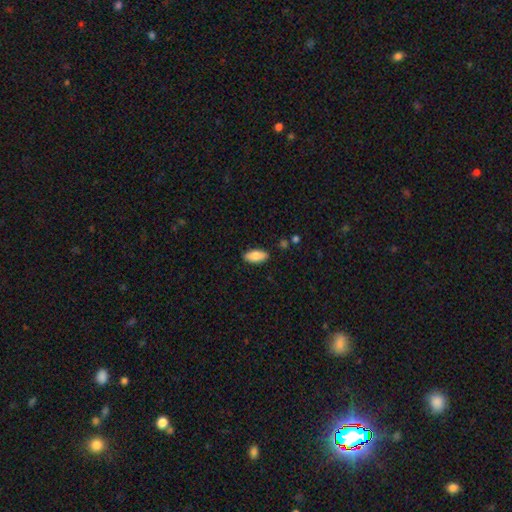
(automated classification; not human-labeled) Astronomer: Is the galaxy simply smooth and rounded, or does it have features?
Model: smooth — 84%.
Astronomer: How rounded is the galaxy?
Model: in between — 85%.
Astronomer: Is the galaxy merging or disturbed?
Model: none — 87%.